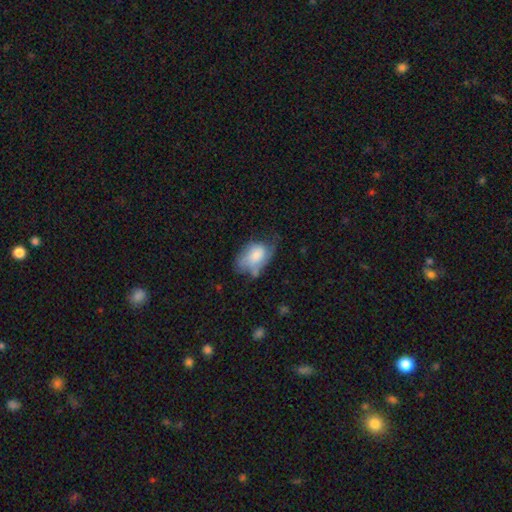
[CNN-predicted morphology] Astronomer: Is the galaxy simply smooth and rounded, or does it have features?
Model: smooth — 63%.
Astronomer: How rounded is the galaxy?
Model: in between — 85%.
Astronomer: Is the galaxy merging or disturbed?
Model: minor disturbance — 36% (runner-up: none, 32%).